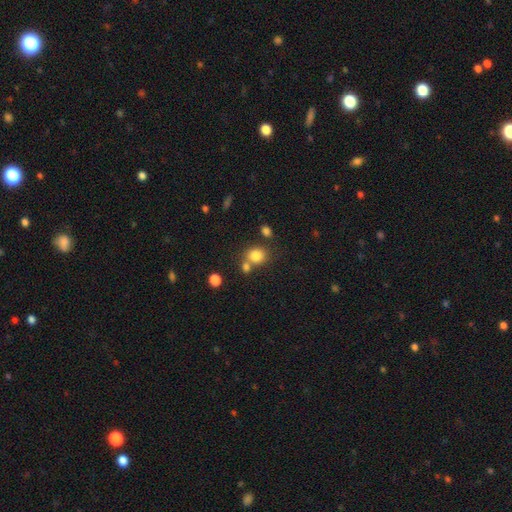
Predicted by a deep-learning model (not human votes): A smooth galaxy with no disk features (81%) that is round (72%).

Vote fractions:
- Smooth or featured? smooth: 81% / star or artifact: 12% / featured or disk: 8%
- How rounded? round: 72% / in between: 27% / cigar-shaped: 1%
- Merging? none: 56% / merger: 30% / minor disturbance: 10% / major disturbance: 4%